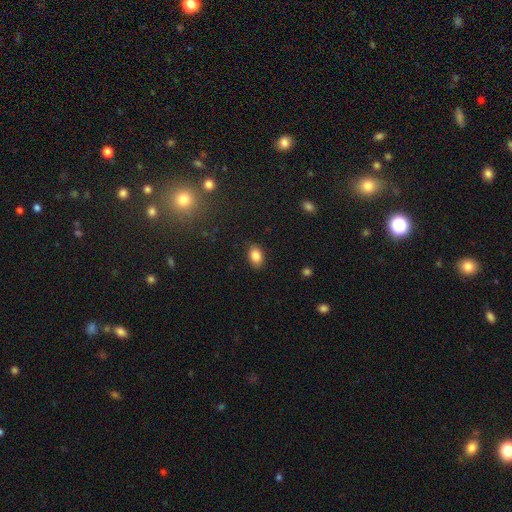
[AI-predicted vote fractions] The model was most divided on "how rounded": in between: 86%, round: 13%, cigar-shaped: 1%. More confident: merging — none (87%); smooth or featured — smooth (86%).